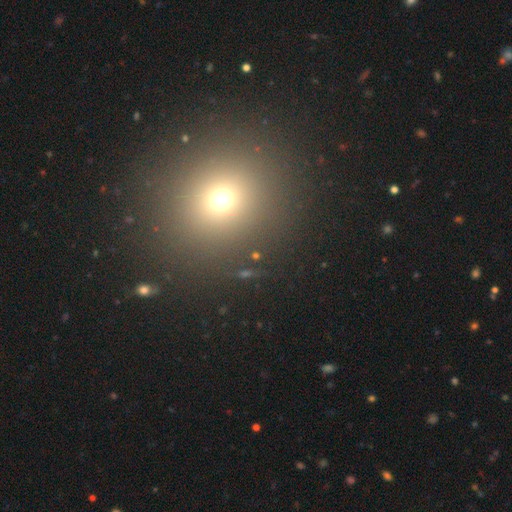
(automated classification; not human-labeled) smooth-or-featured: smooth: 63% | star or artifact: 30% | featured or disk: 8%
  how-rounded: round: 86% | in between: 12% | cigar-shaped: 1%
  merging: none: 89% | minor disturbance: 6% | major disturbance: 3% | merger: 2%